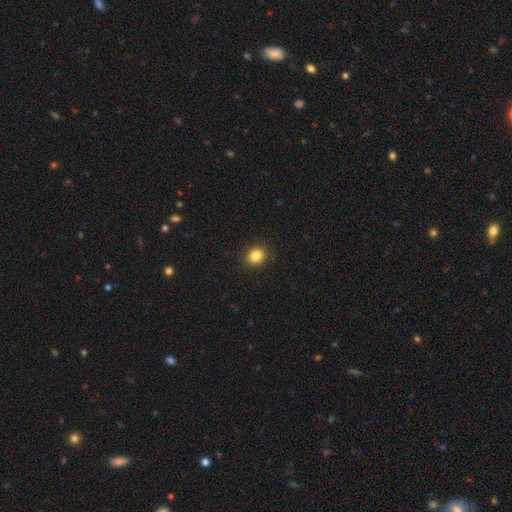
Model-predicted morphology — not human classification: Smooth or featured? Predicted: smooth (p=0.84). How rounded? Predicted: round (p=0.77). Merging? Predicted: none (p=0.91).